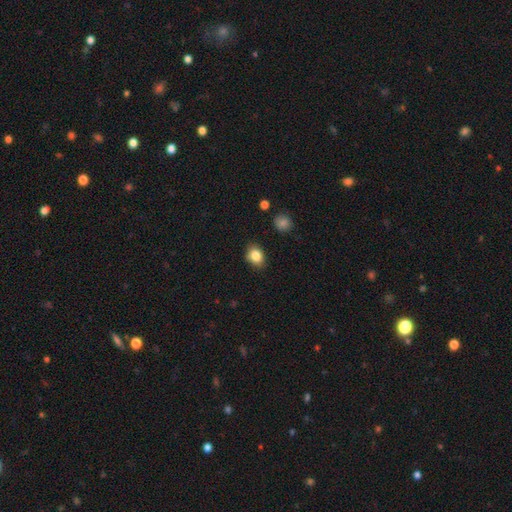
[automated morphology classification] This is clearly a smooth galaxy (85%). How rounded: likely in between (63%). Merging: clearly none (82%).